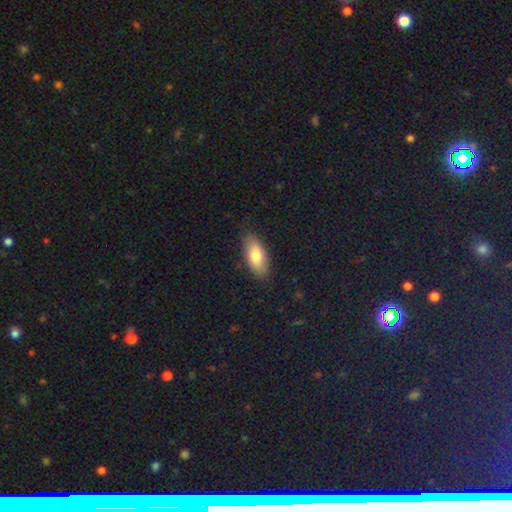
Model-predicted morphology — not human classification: type=smooth (78%); roundness=in between (87%); merging=none (85%).